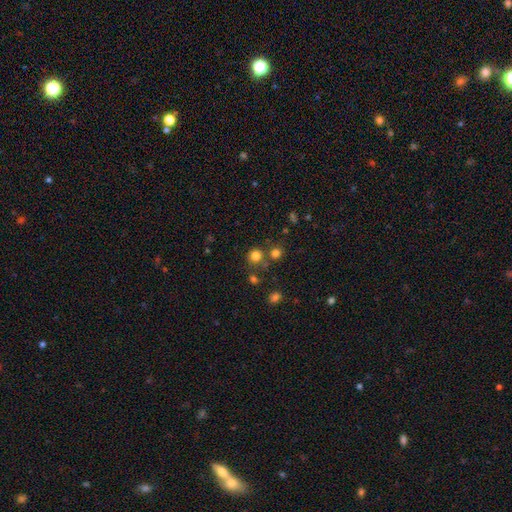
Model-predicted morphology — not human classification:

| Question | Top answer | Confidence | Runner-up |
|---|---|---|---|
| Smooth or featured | smooth | 77% | star or artifact (17%) |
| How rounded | round | 91% | in between (8%) |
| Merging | none | 72% | merger (17%) |